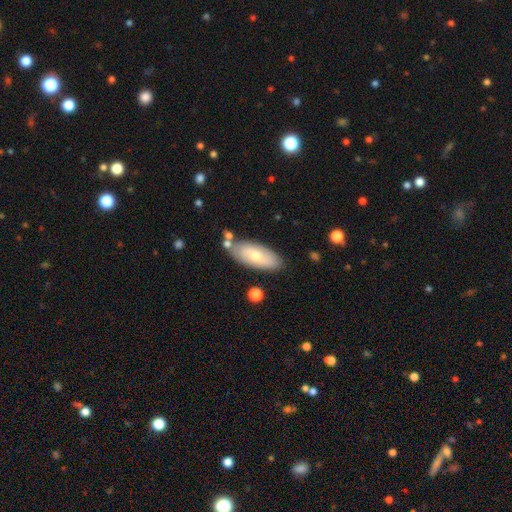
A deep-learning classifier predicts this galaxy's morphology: Smooth or featured?
  - smooth: 58% *
  - featured or disk: 36%
  - star or artifact: 6%
How rounded?
  - in between: 84% *
  - cigar-shaped: 13%
  - round: 2%
Merging?
  - none: 76% *
  - minor disturbance: 15%
  - merger: 6%
  - major disturbance: 3%